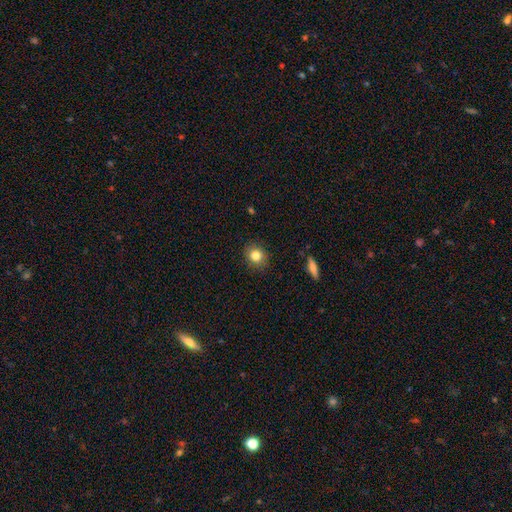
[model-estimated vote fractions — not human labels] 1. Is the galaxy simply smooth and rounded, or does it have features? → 82% smooth, 11% star or artifact, 7% featured or disk.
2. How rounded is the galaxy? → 80% round, 19% in between, 1% cigar-shaped.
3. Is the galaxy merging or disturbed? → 88% none, 9% minor disturbance, 2% major disturbance, 1% merger.